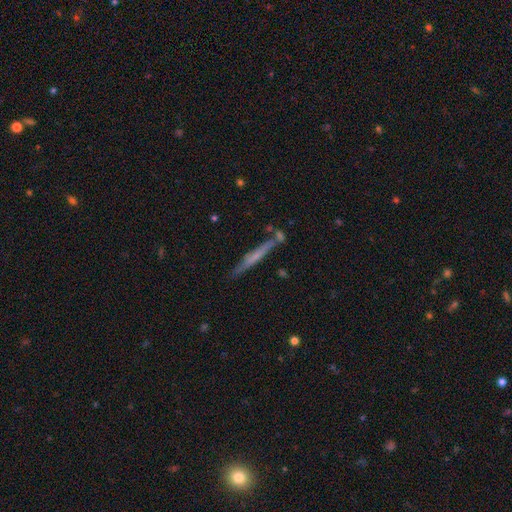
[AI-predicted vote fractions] smooth_or_featured: featured or disk (p=0.49) [alt: smooth p=0.44]
merging: none (p=0.77) [alt: minor disturbance p=0.13]